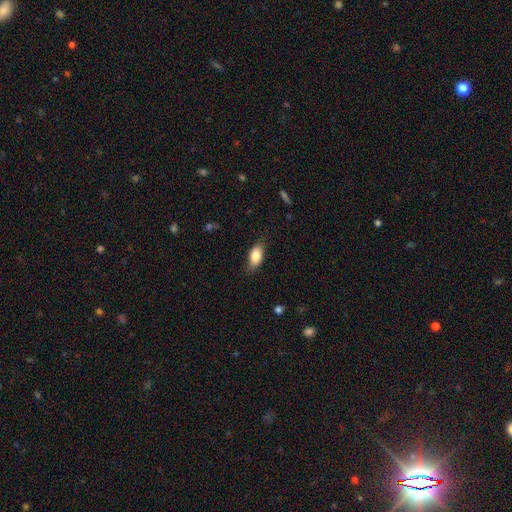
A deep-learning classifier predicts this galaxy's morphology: smooth_or_featured: smooth (p=0.82) [alt: featured or disk p=0.11]
how_rounded: in between (p=0.87) [alt: cigar-shaped p=0.08]
merging: none (p=0.79) [alt: minor disturbance p=0.17]